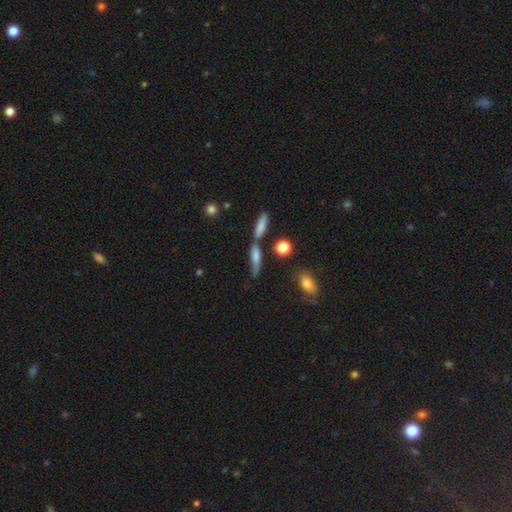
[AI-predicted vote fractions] This appears to be a smooth galaxy with no disk features (53%) that is cigar-shaped (61%). Merging: none (58%).